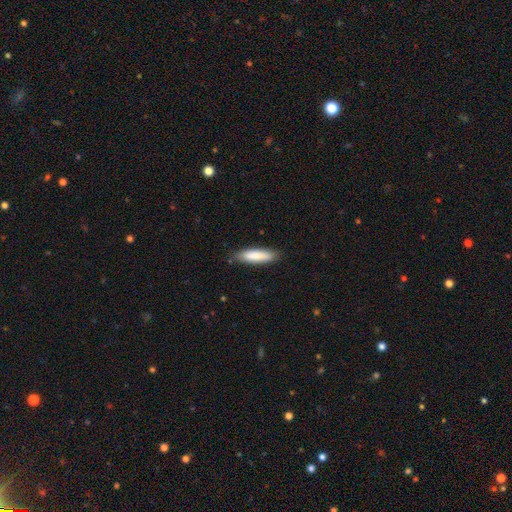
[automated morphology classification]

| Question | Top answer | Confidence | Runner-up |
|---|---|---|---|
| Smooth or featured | smooth | 83% | featured or disk (12%) |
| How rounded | cigar-shaped | 65% | in between (33%) |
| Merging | none | 85% | minor disturbance (12%) |